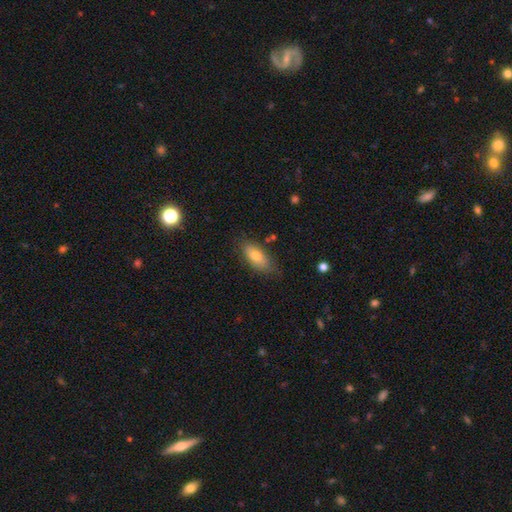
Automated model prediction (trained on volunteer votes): A smooth galaxy with no disk features (72%) that is in between round and cigar-shaped (79%).

Vote fractions:
- Smooth or featured? smooth: 72% / featured or disk: 18% / star or artifact: 9%
- How rounded? in between: 79% / cigar-shaped: 17% / round: 4%
- Merging? none: 77% / minor disturbance: 17% / major disturbance: 4% / merger: 2%